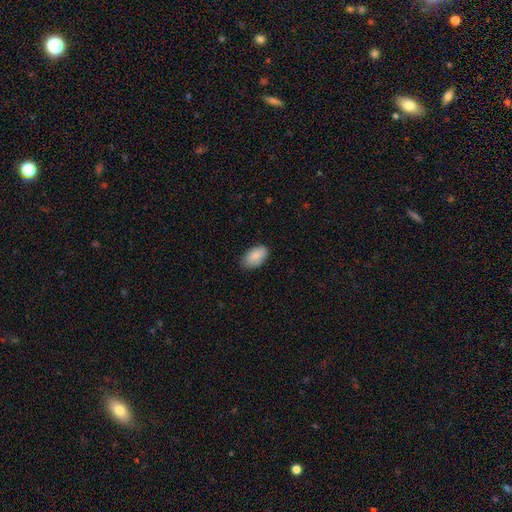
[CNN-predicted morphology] Smooth or featured: smooth — 87% (featured or disk — 6%)
How rounded: in between — 94% (round — 4%)
Merging: none — 79% (minor disturbance — 17%)